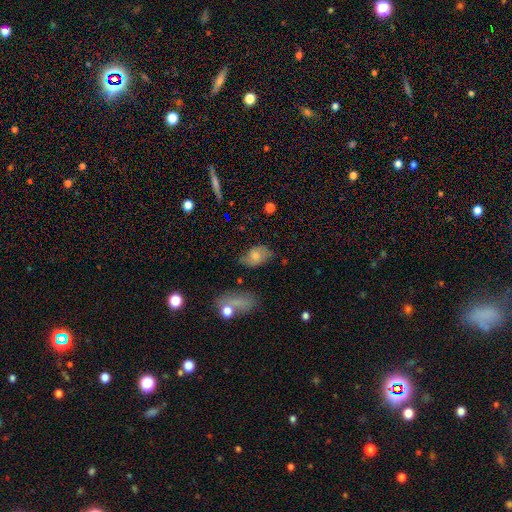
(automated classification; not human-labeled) Smooth or featured? smooth (66%)
How rounded? in between (85%)
Merging? none (62%)